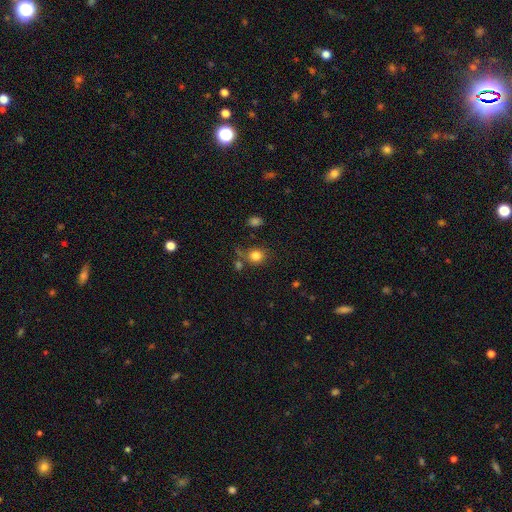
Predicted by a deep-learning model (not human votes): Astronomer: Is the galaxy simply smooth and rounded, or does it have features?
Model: smooth — 82%.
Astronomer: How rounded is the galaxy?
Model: round — 77%.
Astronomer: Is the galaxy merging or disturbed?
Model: none — 71%.